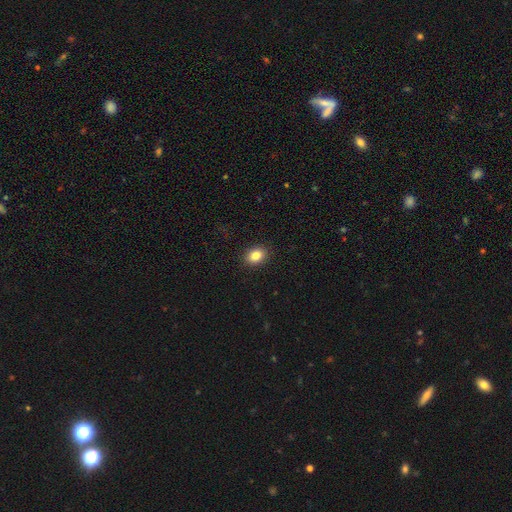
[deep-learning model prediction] Morphology: type=smooth (84%); roundness=in between (65%); merging=none (90%).